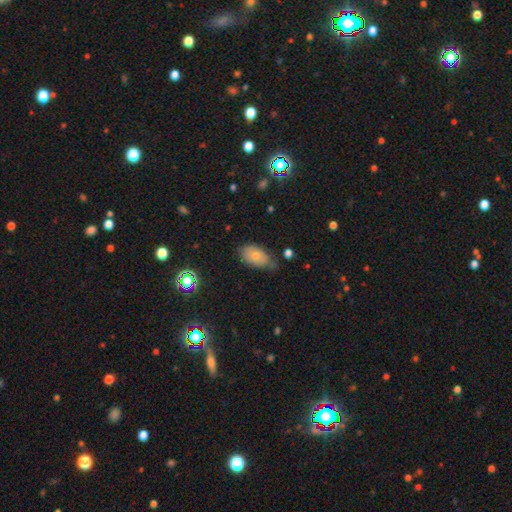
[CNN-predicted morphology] Q: Smooth or featured?
A: smooth (73%); runner-up: featured or disk (17%)
Q: How rounded?
A: in between (91%); runner-up: round (7%)
Q: Merging?
A: none (53%); runner-up: minor disturbance (35%)